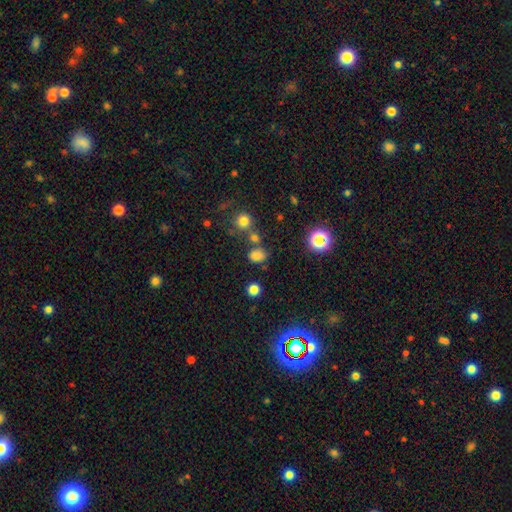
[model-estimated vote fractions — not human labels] A smooth galaxy with no disk features (76%) that is in between round and cigar-shaped (54%).

Vote fractions:
- Smooth or featured? smooth: 76% / star or artifact: 19% / featured or disk: 6%
- How rounded? in between: 54% / round: 44% / cigar-shaped: 1%
- Merging? none: 68% / minor disturbance: 14% / merger: 12% / major disturbance: 6%